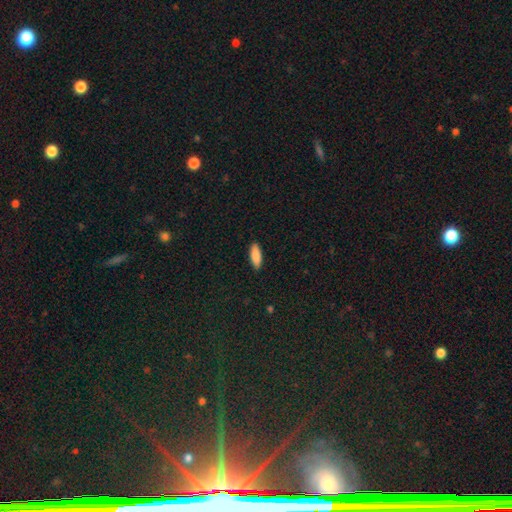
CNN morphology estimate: smooth-or-featured: smooth: 88% | featured or disk: 6% | star or artifact: 6%
  how-rounded: in between: 62% | cigar-shaped: 36% | round: 2%
  merging: none: 90% | minor disturbance: 8% | major disturbance: 2% | merger: 1%